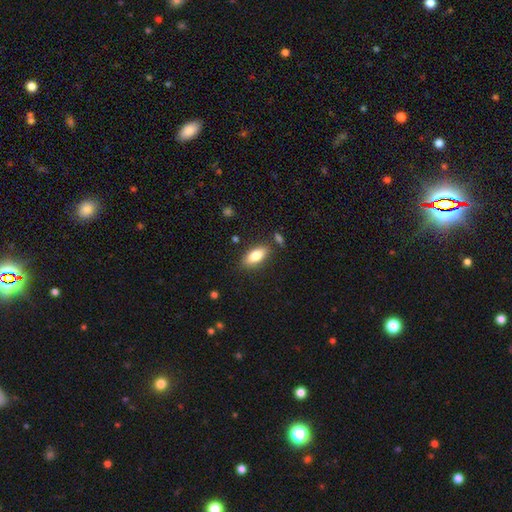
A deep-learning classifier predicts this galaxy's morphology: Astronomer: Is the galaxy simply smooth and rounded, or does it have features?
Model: smooth — 80%.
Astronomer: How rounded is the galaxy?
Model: in between — 84%.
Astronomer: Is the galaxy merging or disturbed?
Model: none — 82%.